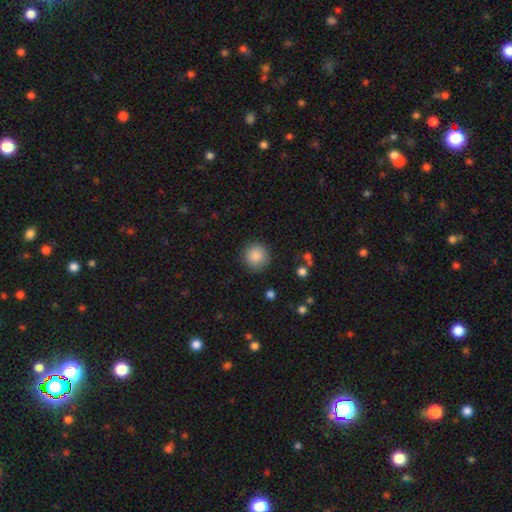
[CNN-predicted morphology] Smooth or featured? Predicted: smooth (p=0.87). How rounded? Predicted: round (p=0.93). Merging? Predicted: none (p=0.88).